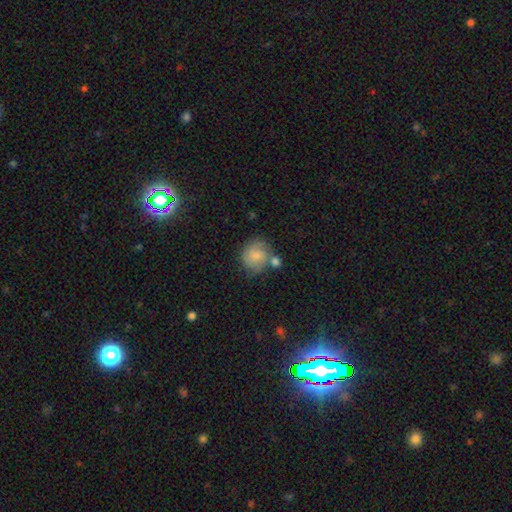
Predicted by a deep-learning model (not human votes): Smooth or featured? smooth (53%)
How rounded? round (82%)
Merging? none (51%)